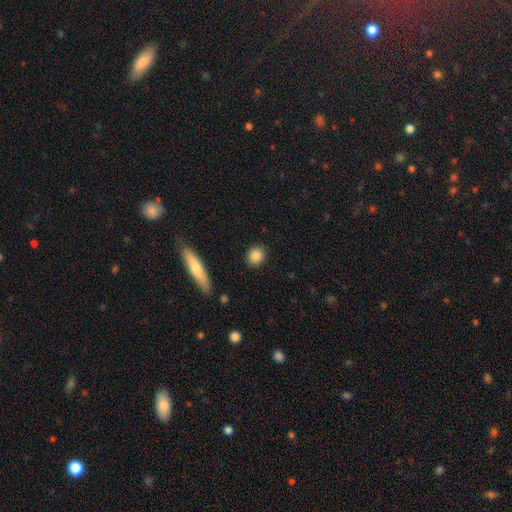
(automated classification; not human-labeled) smooth 87%, star or artifact 8%, featured or disk 5%. Down the decision tree: how rounded — round (83%); merging — none (89%).